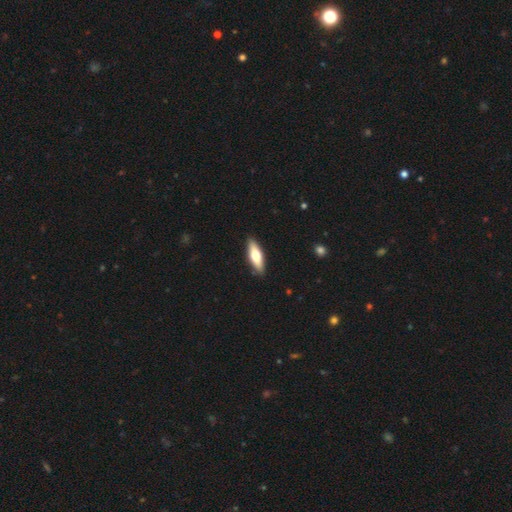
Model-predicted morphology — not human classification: This is possibly a smooth galaxy (57%). How rounded: possibly cigar-shaped (51%). Merging: clearly none (90%).